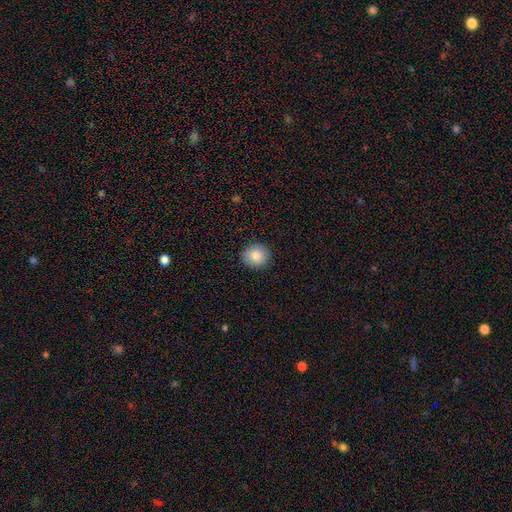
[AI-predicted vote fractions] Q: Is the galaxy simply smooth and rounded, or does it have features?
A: smooth — 85%.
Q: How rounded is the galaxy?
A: round — 87%.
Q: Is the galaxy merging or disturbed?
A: none — 91%.